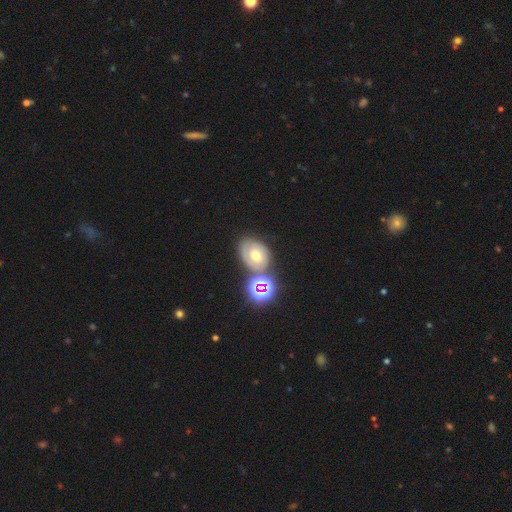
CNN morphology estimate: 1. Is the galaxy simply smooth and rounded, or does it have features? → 44% featured or disk, 35% smooth, 22% star or artifact.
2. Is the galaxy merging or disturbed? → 57% none, 18% merger, 18% minor disturbance, 7% major disturbance.